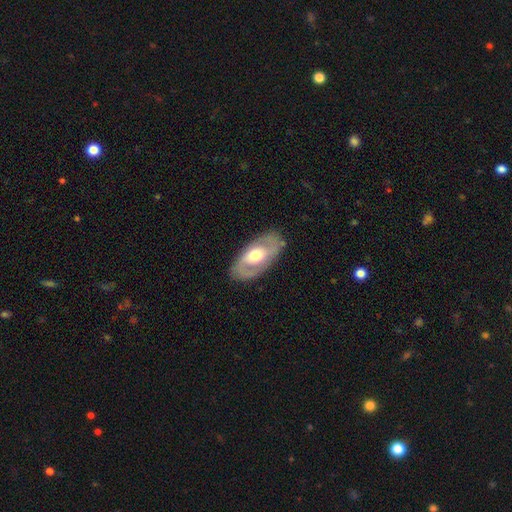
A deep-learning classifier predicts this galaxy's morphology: smooth-or-featured: featured or disk: 66% | smooth: 30% | star or artifact: 5%
  disk-edge-on: no: 90% | yes: 10%
    bar: no: 57% | weak: 30% | strong: 13%
    has-spiral-arms: yes: 59% | no: 41%
    bulge-size: moderate: 66% | large: 25% | small: 7% | dominant: 1% | none: 1%
  merging: none: 81% | minor disturbance: 13% | major disturbance: 5% | merger: 1%